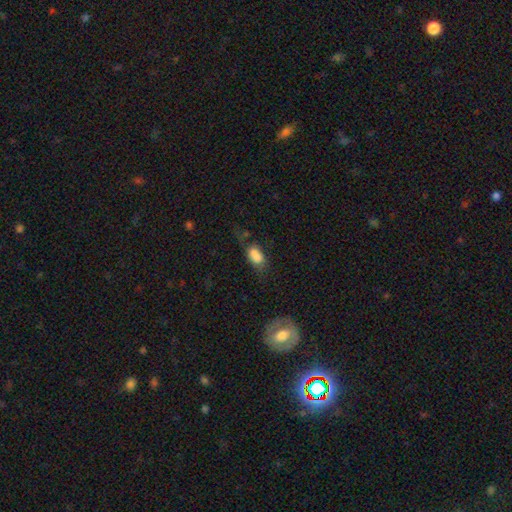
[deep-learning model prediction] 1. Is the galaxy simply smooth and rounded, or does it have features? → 77% smooth, 12% featured or disk, 10% star or artifact.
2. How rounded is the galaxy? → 88% in between, 7% round, 5% cigar-shaped.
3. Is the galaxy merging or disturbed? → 38% none, 27% minor disturbance, 25% major disturbance, 10% merger.